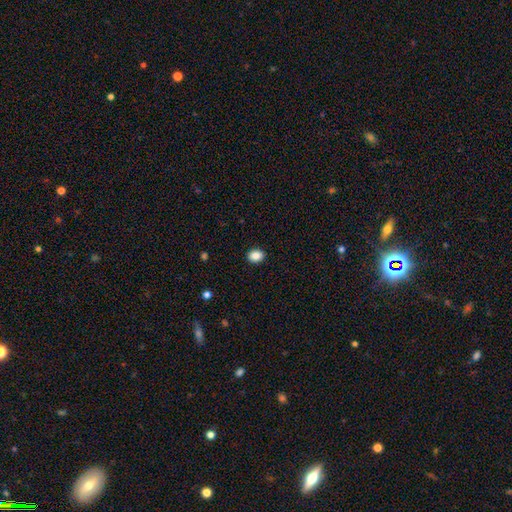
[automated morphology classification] Smooth or featured? Predicted: smooth (p=0.87). How rounded? Predicted: in between (p=0.58). Merging? Predicted: none (p=0.91).